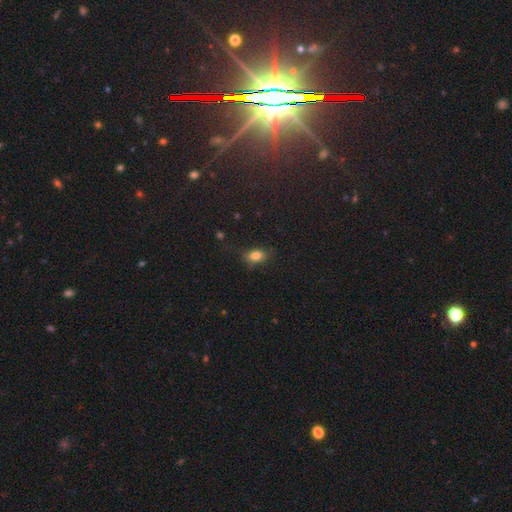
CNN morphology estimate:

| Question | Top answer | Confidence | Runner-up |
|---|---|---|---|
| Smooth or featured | smooth | 80% | star or artifact (12%) |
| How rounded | in between | 77% | round (19%) |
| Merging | none | 74% | minor disturbance (19%) |